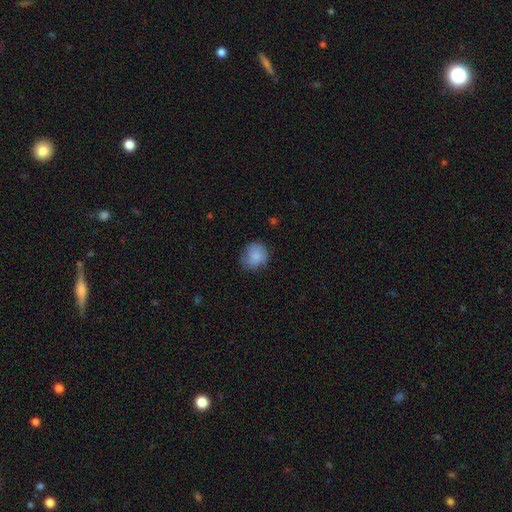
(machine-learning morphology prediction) This appears to be a smooth galaxy with no disk features (83%) that is round (80%). Merging: none (69%).